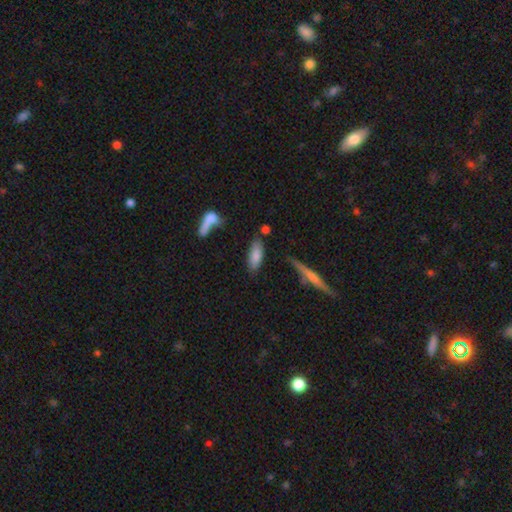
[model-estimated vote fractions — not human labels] Smooth or featured?
  - smooth: 81% *
  - featured or disk: 12%
  - star or artifact: 7%
How rounded?
  - in between: 74% *
  - cigar-shaped: 24%
  - round: 2%
Merging?
  - none: 72% *
  - minor disturbance: 16%
  - merger: 7%
  - major disturbance: 5%